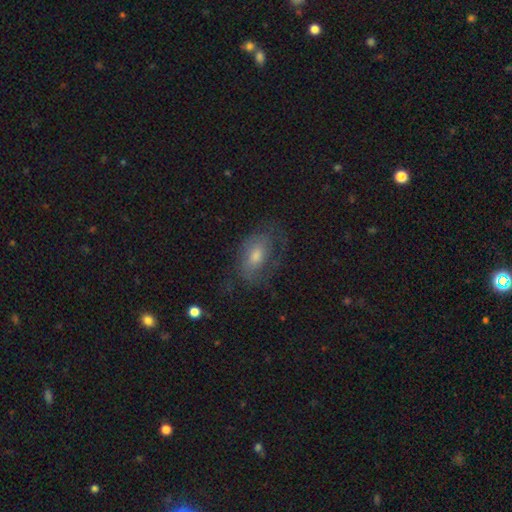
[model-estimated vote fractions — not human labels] Smooth or featured? featured or disk (54%)
Edge-on disk? no (94%)
Bar? no (58%)
Spiral arms? yes (75%)
Bulge size? moderate (56%)
Merging? none (56%)